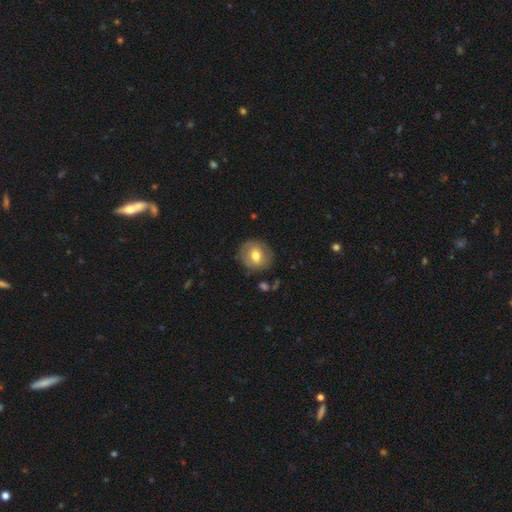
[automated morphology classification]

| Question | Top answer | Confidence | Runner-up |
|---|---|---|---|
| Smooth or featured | smooth | 62% | featured or disk (30%) |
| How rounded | round | 85% | in between (14%) |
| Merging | none | 82% | minor disturbance (13%) |